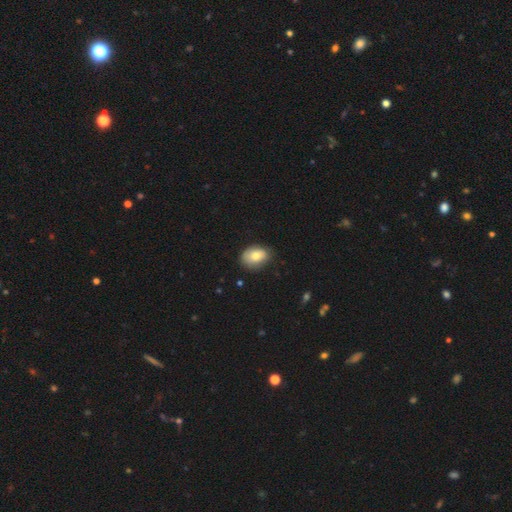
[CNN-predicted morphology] Smooth or featured? Predicted: smooth (p=0.78). How rounded? Predicted: in between (p=0.82). Merging? Predicted: none (p=0.72).